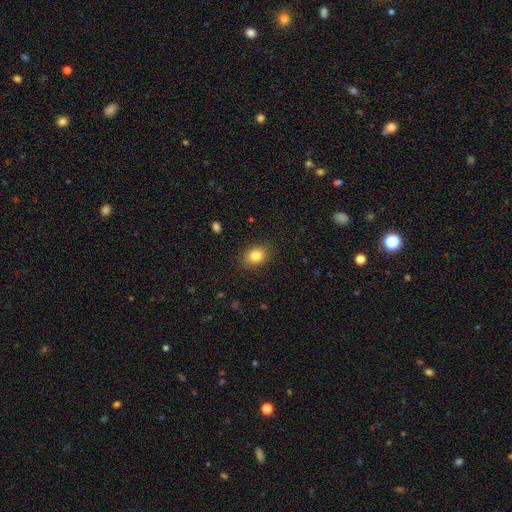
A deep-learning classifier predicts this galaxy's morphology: Smooth or featured?
  - smooth: 83% *
  - star or artifact: 10%
  - featured or disk: 7%
How rounded?
  - in between: 54% *
  - round: 45%
  - cigar-shaped: 1%
Merging?
  - none: 87% *
  - minor disturbance: 9%
  - major disturbance: 3%
  - merger: 1%